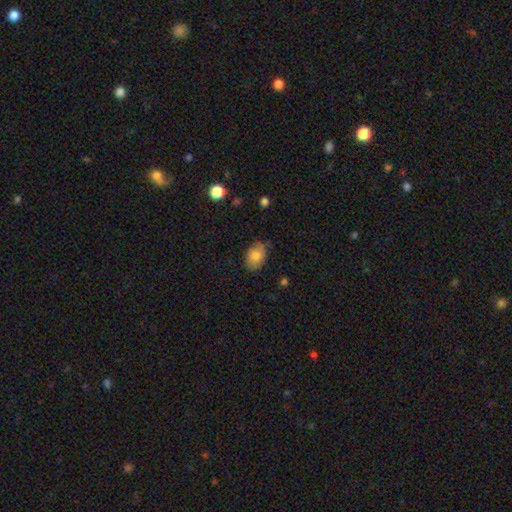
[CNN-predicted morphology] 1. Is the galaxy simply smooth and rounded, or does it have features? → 80% smooth, 12% featured or disk, 8% star or artifact.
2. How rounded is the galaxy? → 83% in between, 16% round, 1% cigar-shaped.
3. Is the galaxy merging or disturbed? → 71% none, 24% minor disturbance, 4% major disturbance, 2% merger.